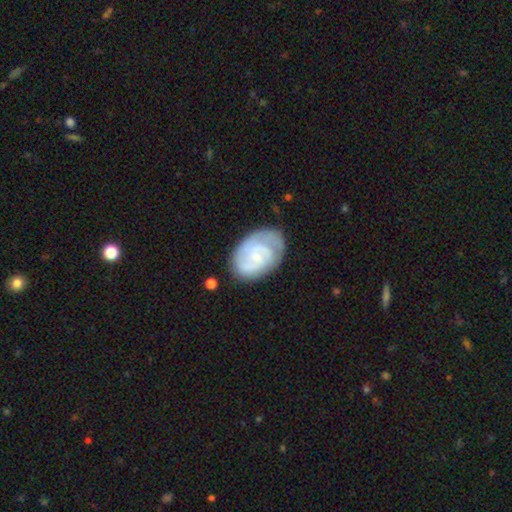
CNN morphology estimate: This appears to be a featured or disk galaxy (75%) with no bar (58%), 2 (52%) tight (57%) spiral arms (93%) and a small central bulge (71%). Merging: none (72%).